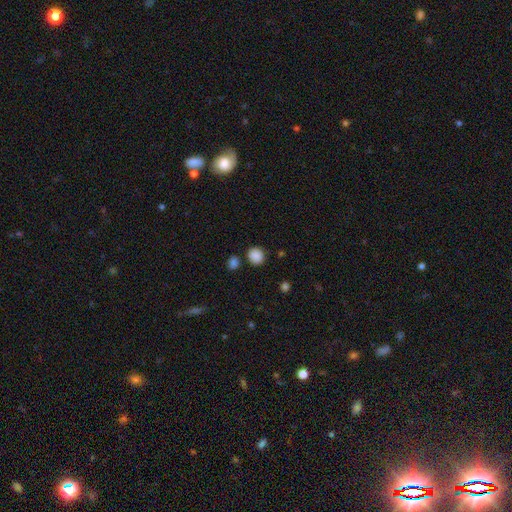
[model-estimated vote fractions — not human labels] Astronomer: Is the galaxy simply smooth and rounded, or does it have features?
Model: smooth — 87%.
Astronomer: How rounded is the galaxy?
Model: round — 86%.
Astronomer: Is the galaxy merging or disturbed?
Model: none — 82%.